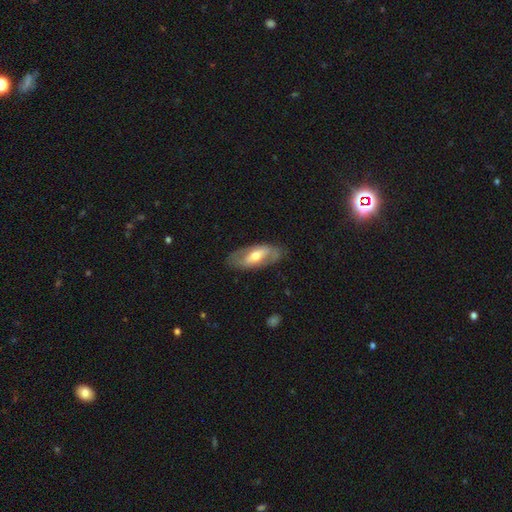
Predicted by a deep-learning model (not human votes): Morphology: type=featured or disk (59%); edge-on=no (84%); merging=none (76%).